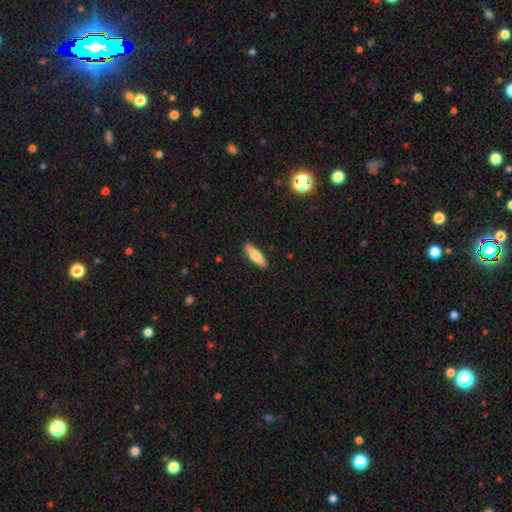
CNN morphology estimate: Smooth or featured? smooth (75%)
How rounded? cigar-shaped (54%)
Merging? none (88%)